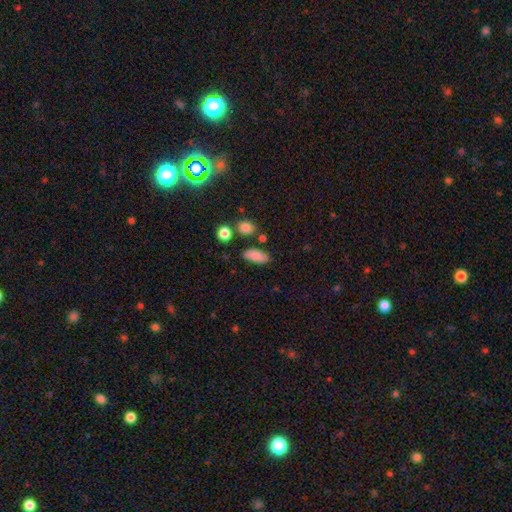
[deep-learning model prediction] smooth-or-featured: smooth: 86% | star or artifact: 8% | featured or disk: 6%
  how-rounded: in between: 83% | cigar-shaped: 13% | round: 4%
  merging: none: 81% | minor disturbance: 11% | merger: 5% | major disturbance: 3%